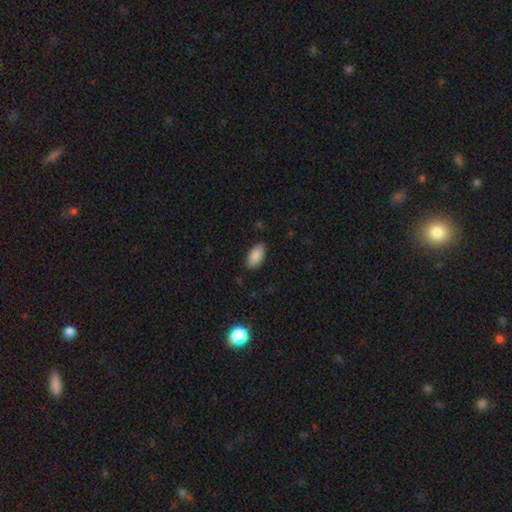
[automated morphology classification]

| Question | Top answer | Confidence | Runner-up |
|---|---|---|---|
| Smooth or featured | smooth | 89% | star or artifact (7%) |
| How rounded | in between | 94% | cigar-shaped (4%) |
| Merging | none | 86% | minor disturbance (11%) |